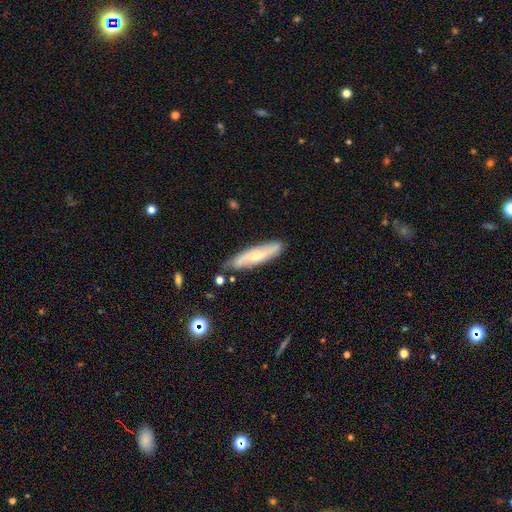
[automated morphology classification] This is possibly a featured or disk galaxy (49%). Merging: likely none (80%).